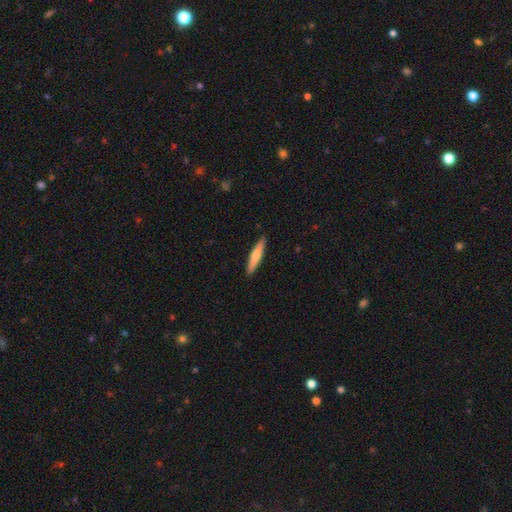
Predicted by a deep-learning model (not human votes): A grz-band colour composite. It shows a smooth galaxy with no disk features (59%) that is cigar-shaped (88%). Merging: none (91%).